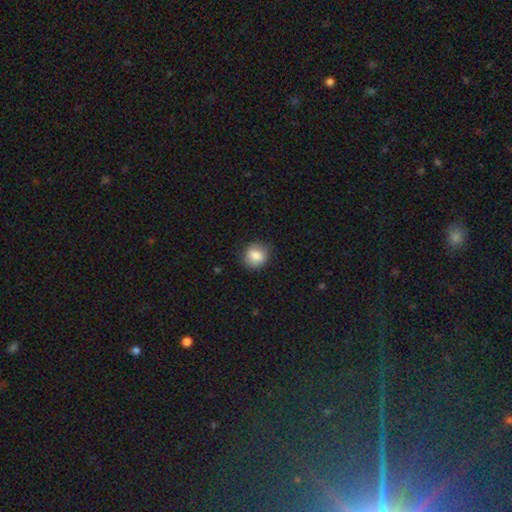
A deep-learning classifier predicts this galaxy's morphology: A smooth galaxy with no disk features (83%) that is round (81%).

Vote fractions:
- Smooth or featured? smooth: 83% / featured or disk: 9% / star or artifact: 9%
- How rounded? round: 81% / in between: 18% / cigar-shaped: 1%
- Merging? none: 83% / minor disturbance: 13% / major disturbance: 3% / merger: 1%